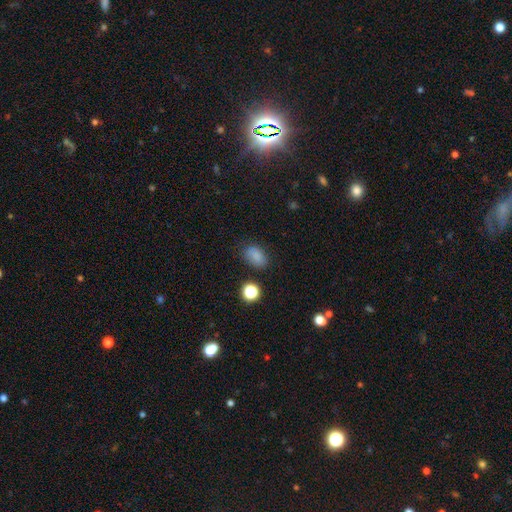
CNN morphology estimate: smooth_or_featured: smooth (p=0.80) [alt: star or artifact p=0.13]
how_rounded: in between (p=0.79) [alt: round p=0.19]
merging: none (p=0.72) [alt: minor disturbance p=0.19]